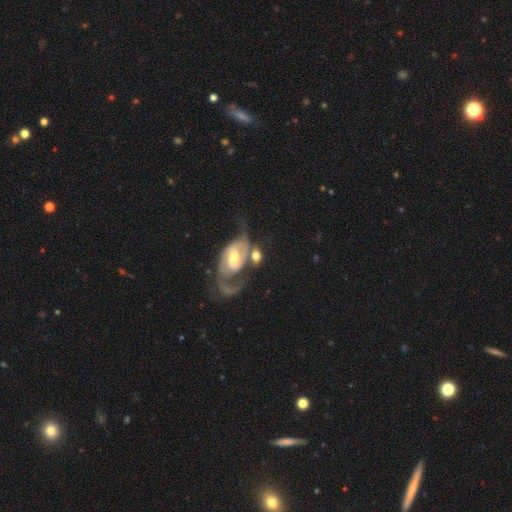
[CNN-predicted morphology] Overall: featured or disk (74%). Edge-on disk: no (94%). Bar: no (41%, tied with weak). Spiral arms: yes (86%). Spiral arm count: 2 (74%). Spiral winding: loose (39%; medium 38%). Bulge size: moderate (65%). Merging: none (32%; merger 30%).